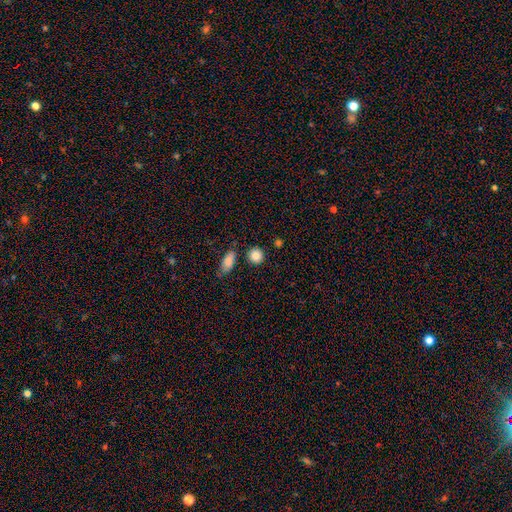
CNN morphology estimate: Smooth or featured?
  - smooth: 86% *
  - star or artifact: 9%
  - featured or disk: 5%
How rounded?
  - round: 86% *
  - in between: 13%
  - cigar-shaped: 2%
Merging?
  - none: 84% *
  - minor disturbance: 8%
  - merger: 5%
  - major disturbance: 3%